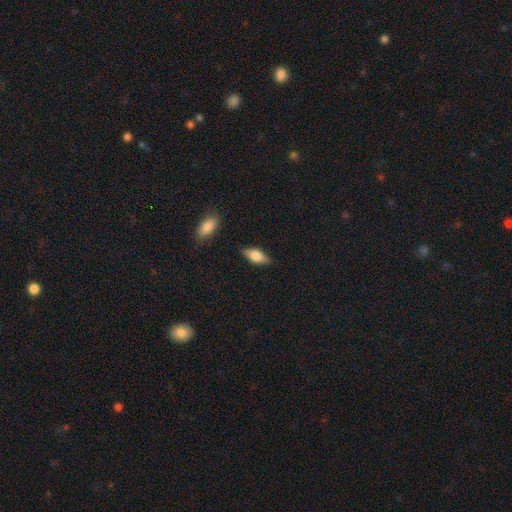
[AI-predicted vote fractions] smooth_or_featured: smooth (p=0.68) [alt: featured or disk p=0.25]
how_rounded: in between (p=0.76) [alt: cigar-shaped p=0.21]
merging: none (p=0.82) [alt: minor disturbance p=0.13]